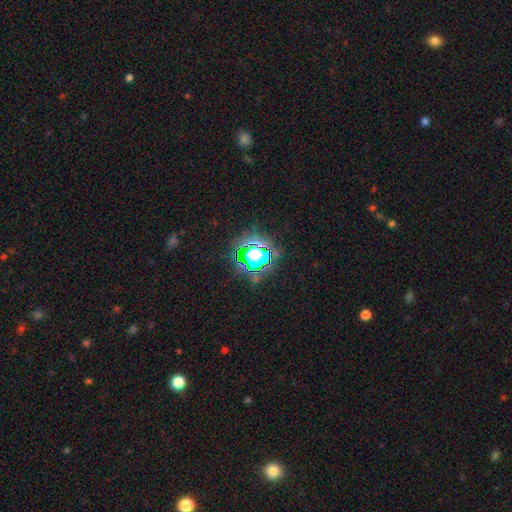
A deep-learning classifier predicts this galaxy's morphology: Smooth or featured: star or artifact — 52% (smooth — 33%)